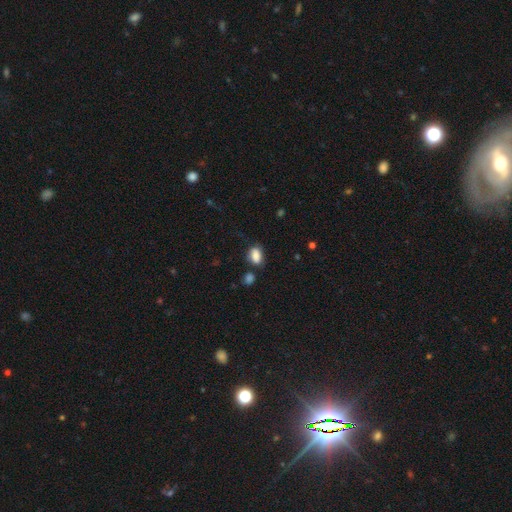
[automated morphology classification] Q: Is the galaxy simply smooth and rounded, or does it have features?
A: smooth — 85%.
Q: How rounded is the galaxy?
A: in between — 86%.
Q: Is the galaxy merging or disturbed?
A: none — 62%.